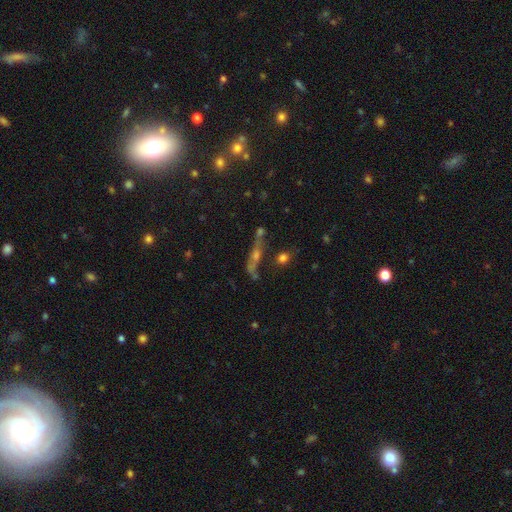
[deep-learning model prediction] Q: Smooth or featured?
A: featured or disk (52%); runner-up: star or artifact (24%)
Q: Edge-on disk?
A: yes (74%); runner-up: no (26%)
Q: Merging?
A: none (60%); runner-up: minor disturbance (16%)